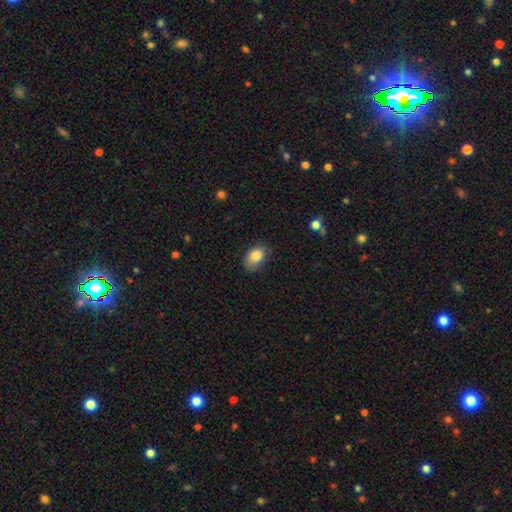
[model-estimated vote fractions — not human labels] This appears to be a smooth galaxy with no disk features (84%) that is in between round and cigar-shaped (84%). Merging: none (63%).